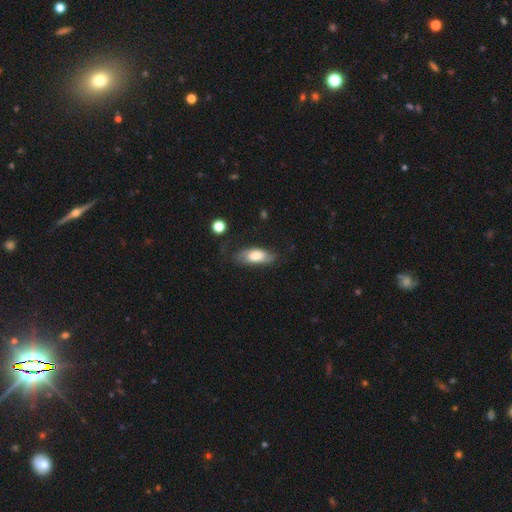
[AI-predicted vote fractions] Overall: smooth (62%; featured or disk 31%). How rounded: in between (79%). Merging: none (59%; minor disturbance 28%).